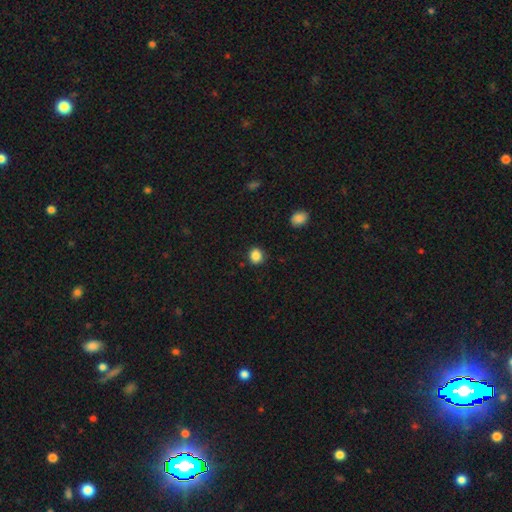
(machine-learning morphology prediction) Overall: smooth (86%). How rounded: round (77%). Merging: none (86%).